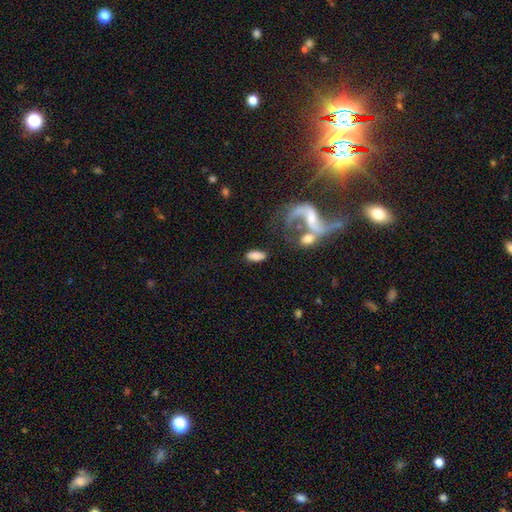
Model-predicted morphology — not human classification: Q: Smooth or featured?
A: smooth (76%); runner-up: featured or disk (17%)
Q: How rounded?
A: in between (85%); runner-up: cigar-shaped (11%)
Q: Merging?
A: none (65%); runner-up: minor disturbance (13%)